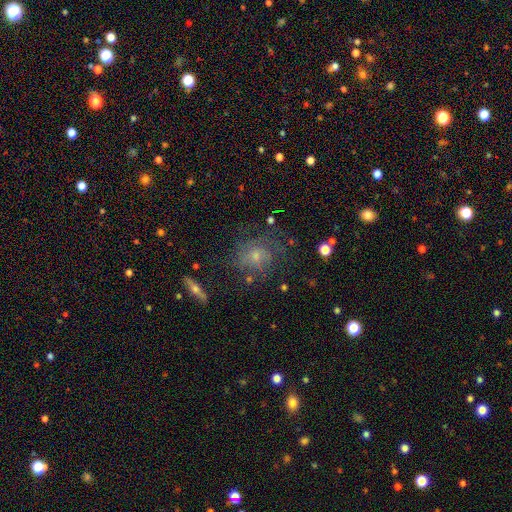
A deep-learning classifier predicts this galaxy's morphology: Smooth or featured?
  - featured or disk: 50% *
  - smooth: 30%
  - star or artifact: 20%
Merging?
  - none: 67% *
  - minor disturbance: 18%
  - major disturbance: 12%
  - merger: 3%